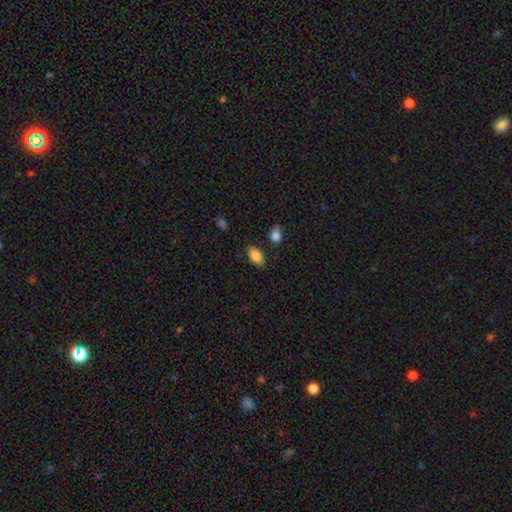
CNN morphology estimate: Overall: smooth (86%). How rounded: in between (91%). Merging: none (83%).